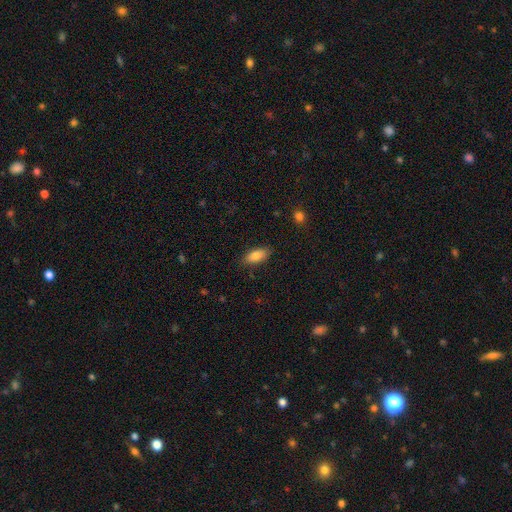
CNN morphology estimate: type=smooth (84%); roundness=in between (86%); merging=none (82%).